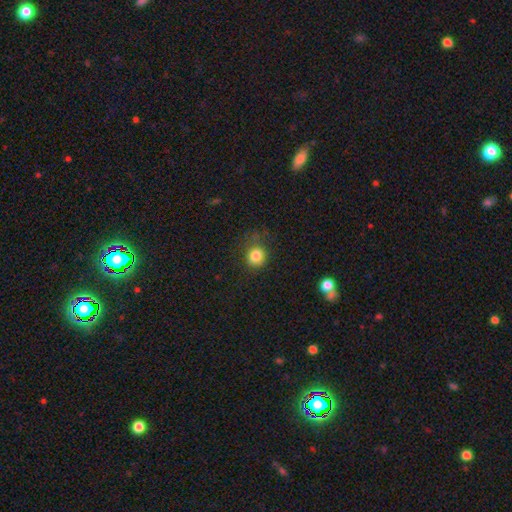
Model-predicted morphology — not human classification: This is clearly a smooth galaxy (83%). How rounded: clearly round (83%). Merging: likely none (70%).